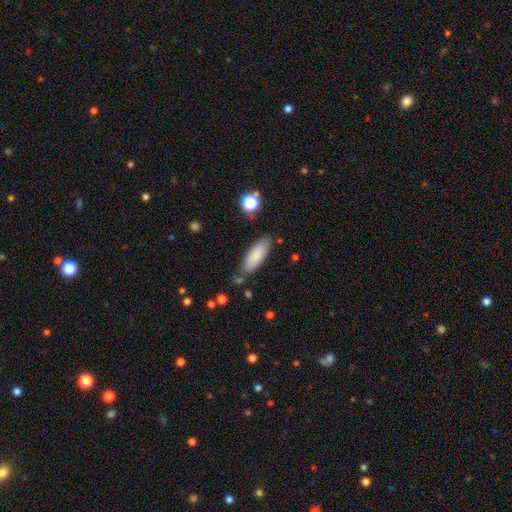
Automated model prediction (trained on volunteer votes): smooth 83%, featured or disk 11%, star or artifact 7%. Down the decision tree: how rounded — in between (64%); merging — none (78%).